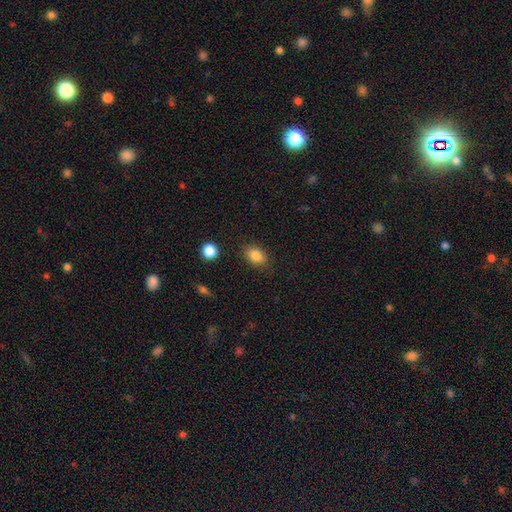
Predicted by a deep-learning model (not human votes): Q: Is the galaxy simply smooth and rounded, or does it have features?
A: smooth — 85%.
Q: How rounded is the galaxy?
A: in between — 70%.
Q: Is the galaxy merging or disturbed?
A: none — 83%.